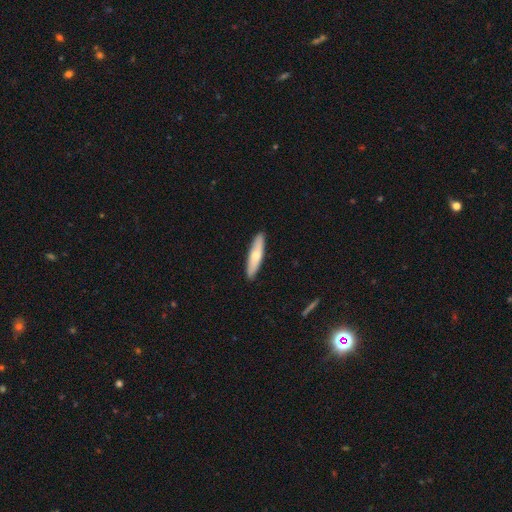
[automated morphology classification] Smooth or featured?
  - smooth: 62% *
  - featured or disk: 33%
  - star or artifact: 5%
How rounded?
  - cigar-shaped: 79% *
  - in between: 20%
  - round: 2%
Merging?
  - none: 90% *
  - minor disturbance: 7%
  - major disturbance: 1%
  - merger: 1%